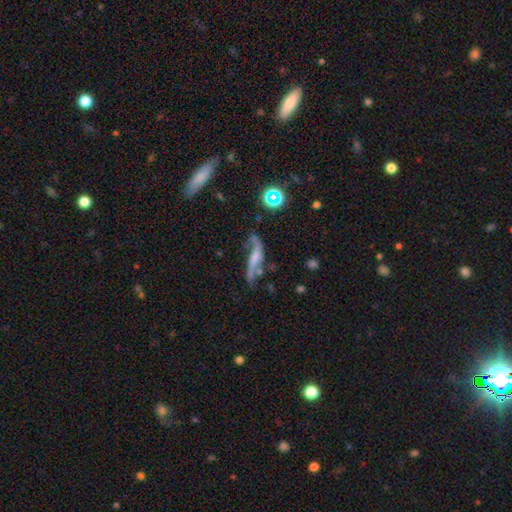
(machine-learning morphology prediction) featured or disk 73%, smooth 17%, star or artifact 11%. Down the decision tree: edge-on disk — no (76%); bar — no (47%); spiral arms — yes (87%); bulge size — small (38%); merging — none (50%).